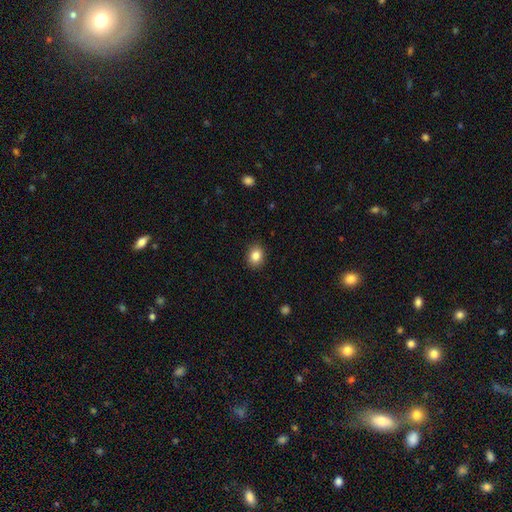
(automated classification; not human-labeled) smooth 85%, star or artifact 9%, featured or disk 5%. Down the decision tree: how rounded — in between (54%); merging — none (89%).